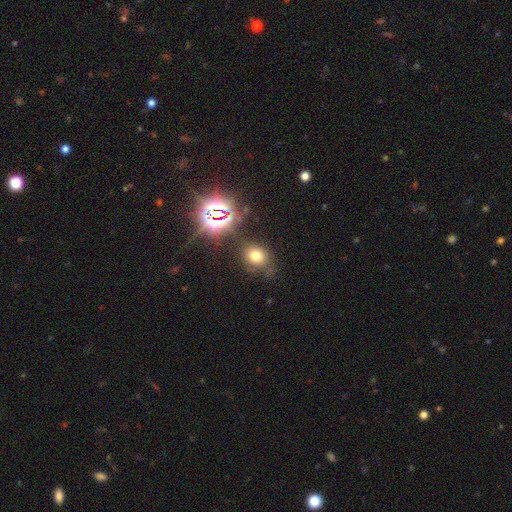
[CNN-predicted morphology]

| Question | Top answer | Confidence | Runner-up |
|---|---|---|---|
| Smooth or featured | smooth | 66% | star or artifact (24%) |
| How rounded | round | 55% | in between (43%) |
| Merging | none | 68% | minor disturbance (19%) |